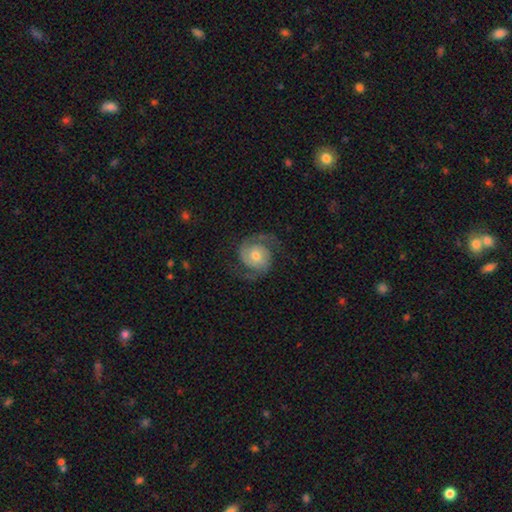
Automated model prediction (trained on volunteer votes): Morphology: type=featured or disk (85%); edge-on=no (98%); bar=no (66%); spiral arms=yes (97%); winding=medium (50%); arm count=2 (92%); bulge=moderate (62%); merging=none (77%).